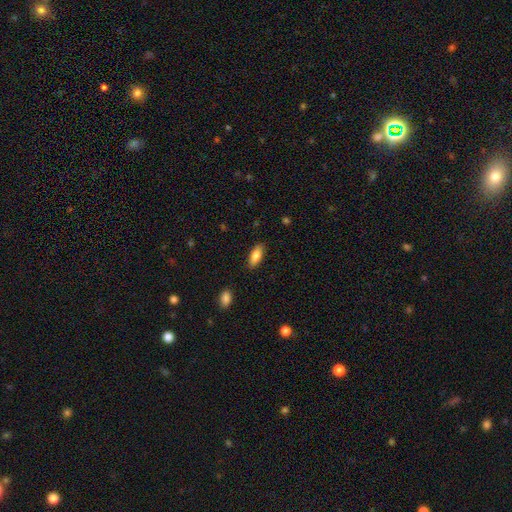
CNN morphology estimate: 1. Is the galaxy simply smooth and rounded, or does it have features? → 81% smooth, 12% featured or disk, 6% star or artifact.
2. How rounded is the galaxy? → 77% in between, 21% cigar-shaped, 2% round.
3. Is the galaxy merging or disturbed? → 86% none, 10% minor disturbance, 2% major disturbance, 1% merger.